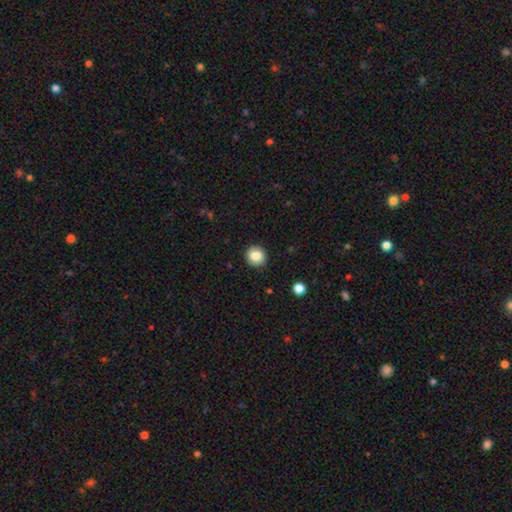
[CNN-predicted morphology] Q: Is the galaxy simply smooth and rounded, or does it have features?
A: smooth — 84%.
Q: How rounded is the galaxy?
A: round — 91%.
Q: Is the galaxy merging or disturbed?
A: none — 92%.